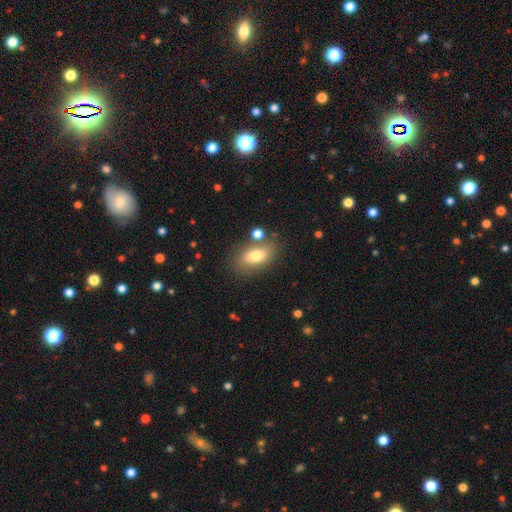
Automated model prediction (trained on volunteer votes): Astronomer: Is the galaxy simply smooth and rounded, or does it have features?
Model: smooth — 73%.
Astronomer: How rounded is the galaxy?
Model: in between — 87%.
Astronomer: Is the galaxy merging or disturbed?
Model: none — 72%.